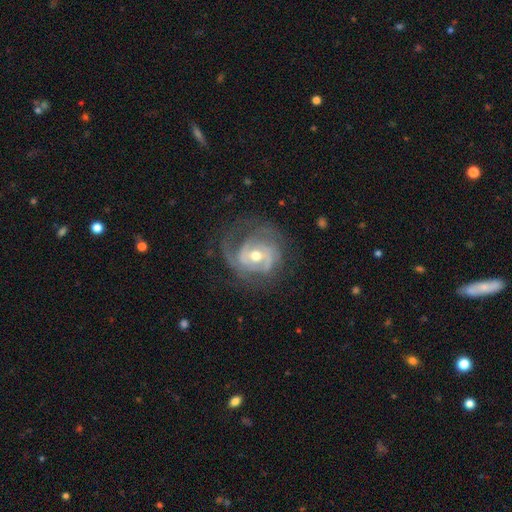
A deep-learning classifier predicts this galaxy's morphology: Smooth or featured: featured or disk — 85% (smooth — 9%)
Edge-on disk: no — 97% (yes — 3%)
Bar: no — 52% (weak — 35%)
Spiral arms: yes — 93% (no — 7%)
Spiral winding: tight — 51% (medium — 37%)
Spiral arm count: 2 — 37% (3 — 24%)
Bulge size: moderate — 68% (small — 26%)
Merging: none — 61% (minor disturbance — 20%)